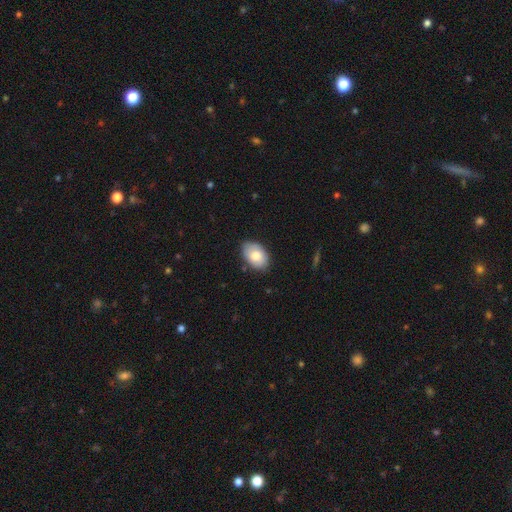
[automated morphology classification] Smooth or featured? Predicted: smooth (p=0.76). How rounded? Predicted: in between (p=0.88). Merging? Predicted: none (p=0.80).